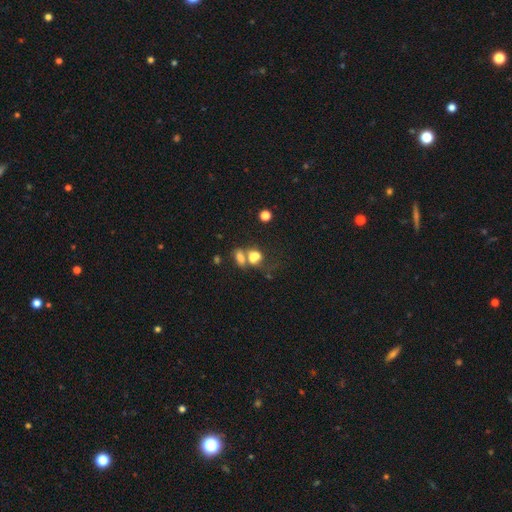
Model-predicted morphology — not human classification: Q: Smooth or featured?
A: smooth (70%); runner-up: featured or disk (16%)
Q: How rounded?
A: in between (68%); runner-up: round (30%)
Q: Merging?
A: merger (57%); runner-up: none (22%)